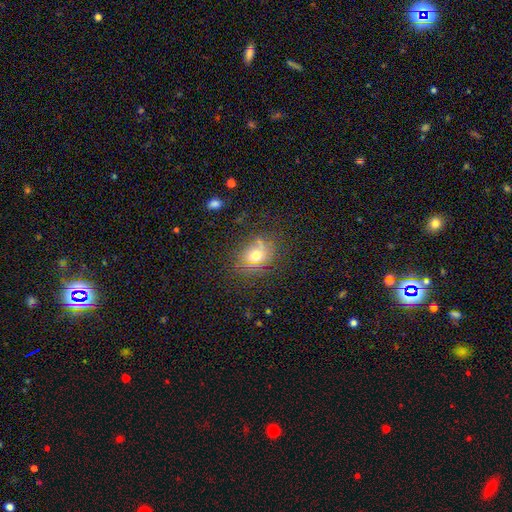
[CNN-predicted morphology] A smooth galaxy with no disk features (67%) that is round (51%). Merging: none (74%).